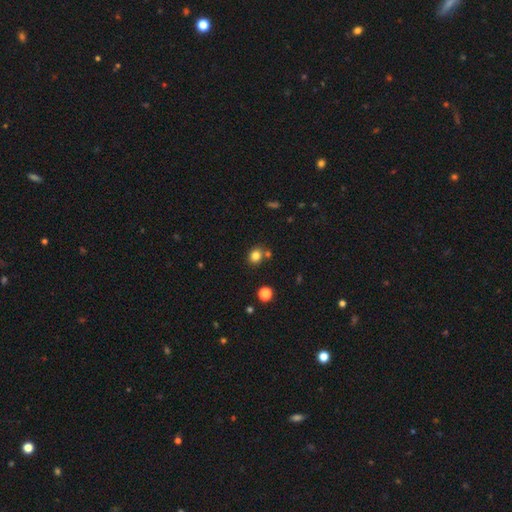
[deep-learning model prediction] This is clearly a smooth galaxy (81%). How rounded: likely round (72%). Merging: likely none (74%).